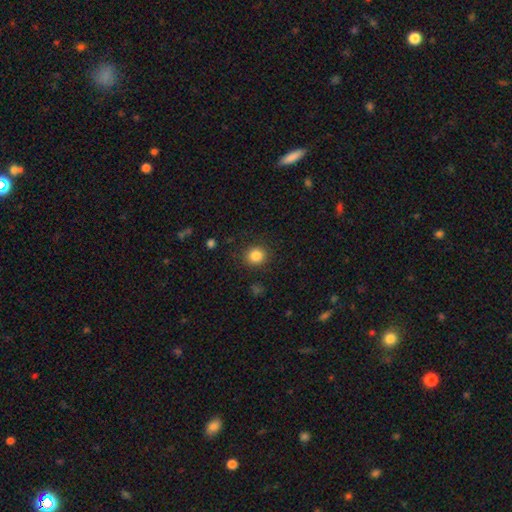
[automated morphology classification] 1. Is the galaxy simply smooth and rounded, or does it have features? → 85% smooth, 10% star or artifact, 5% featured or disk.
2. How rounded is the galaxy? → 84% round, 15% in between, 1% cigar-shaped.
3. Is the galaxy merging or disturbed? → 88% none, 8% minor disturbance, 3% major disturbance, 1% merger.